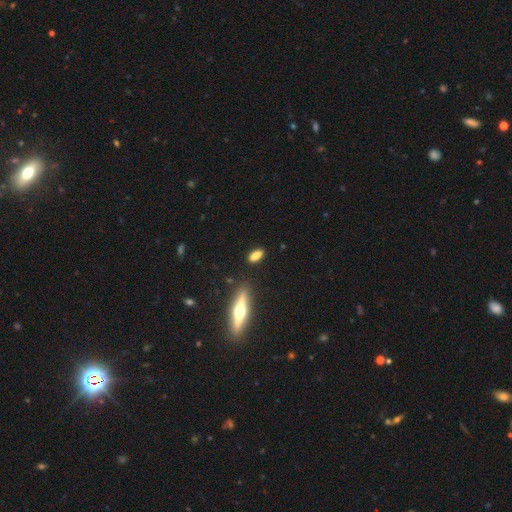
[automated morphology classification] Smooth or featured? Predicted: smooth (p=0.78). How rounded? Predicted: in between (p=0.69). Merging? Predicted: none (p=0.83).